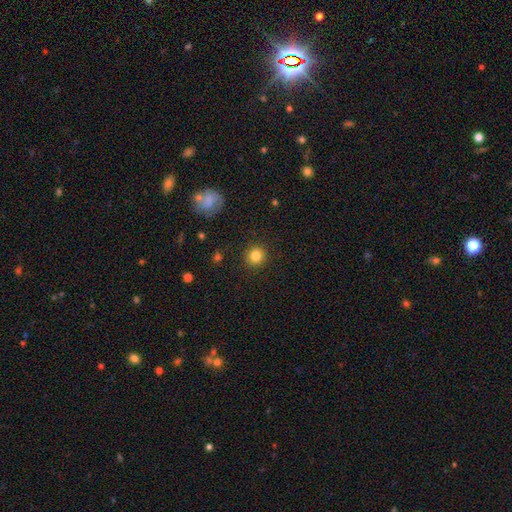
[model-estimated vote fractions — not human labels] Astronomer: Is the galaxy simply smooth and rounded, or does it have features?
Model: smooth — 83%.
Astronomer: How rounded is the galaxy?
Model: round — 92%.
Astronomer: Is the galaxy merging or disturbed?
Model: none — 91%.